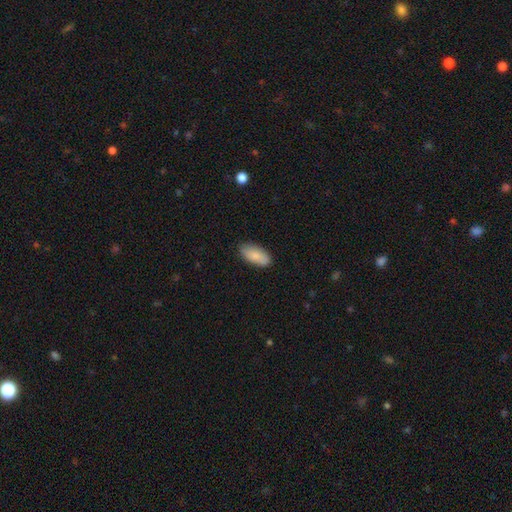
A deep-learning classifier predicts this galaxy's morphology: A smooth galaxy with no disk features (83%) that is in between round and cigar-shaped (89%). Merging: none (84%).